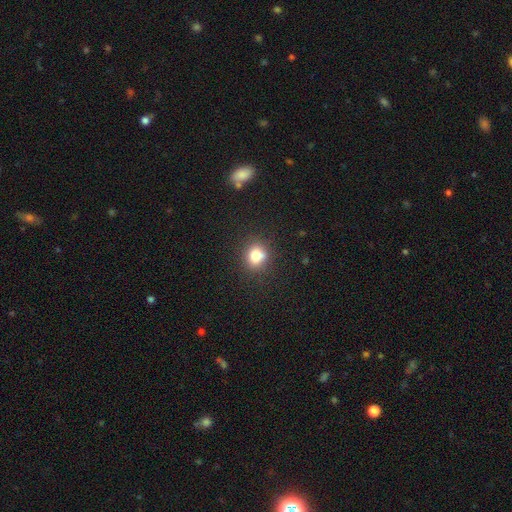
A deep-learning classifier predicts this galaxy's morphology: Smooth or featured?
  - smooth: 77% *
  - star or artifact: 13%
  - featured or disk: 10%
How rounded?
  - round: 71% *
  - in between: 28%
  - cigar-shaped: 1%
Merging?
  - none: 72% *
  - minor disturbance: 15%
  - merger: 10%
  - major disturbance: 4%